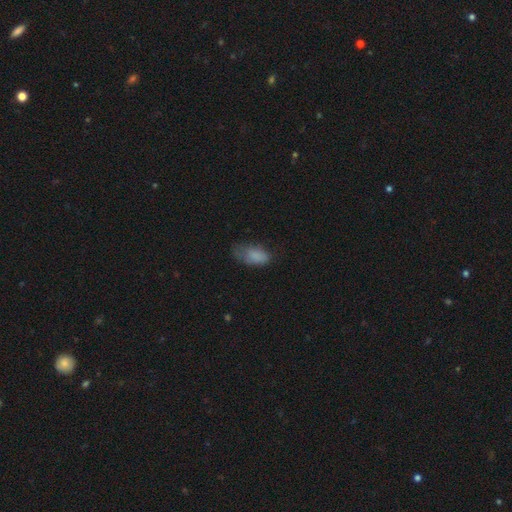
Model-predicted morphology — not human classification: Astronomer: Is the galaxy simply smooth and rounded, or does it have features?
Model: smooth — 79%.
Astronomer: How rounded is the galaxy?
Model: in between — 91%.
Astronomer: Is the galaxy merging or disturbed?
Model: none — 38%, tied with minor disturbance at 38%.